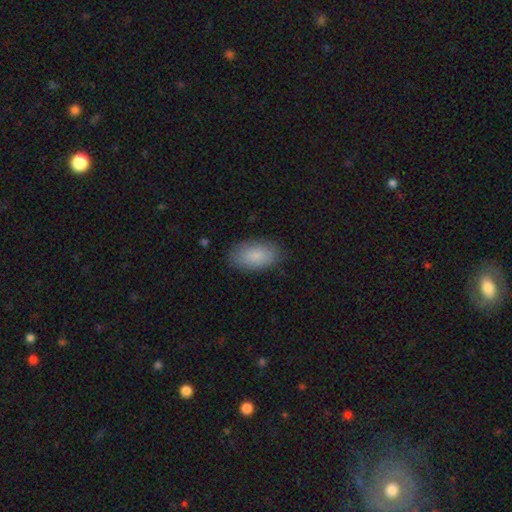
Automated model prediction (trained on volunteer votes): Smooth or featured: smooth — 87% (featured or disk — 7%)
How rounded: in between — 94% (round — 4%)
Merging: none — 83% (minor disturbance — 13%)